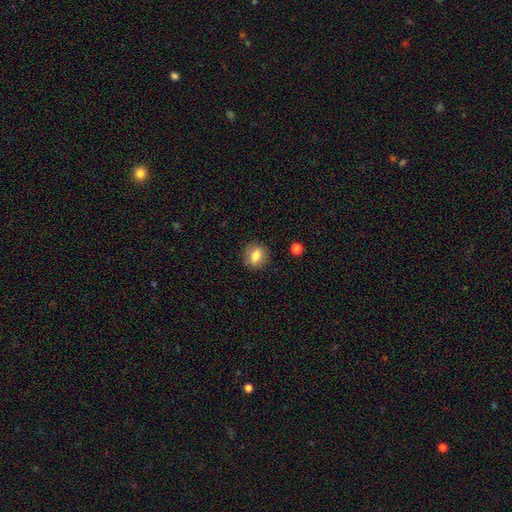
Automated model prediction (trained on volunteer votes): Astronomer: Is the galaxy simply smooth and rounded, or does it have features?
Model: smooth — 79%.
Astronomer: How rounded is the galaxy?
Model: round — 60% (runner-up: in between, 39%).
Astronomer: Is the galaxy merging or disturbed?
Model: none — 87%.